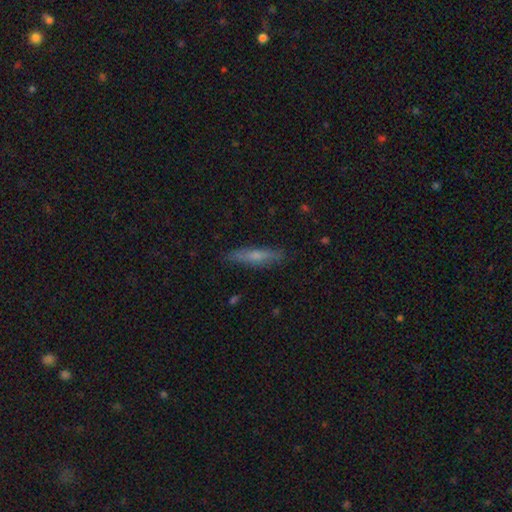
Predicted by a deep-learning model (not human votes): This appears to be a smooth galaxy with no disk features (55%) that is cigar-shaped (86%). Merging: none (86%).